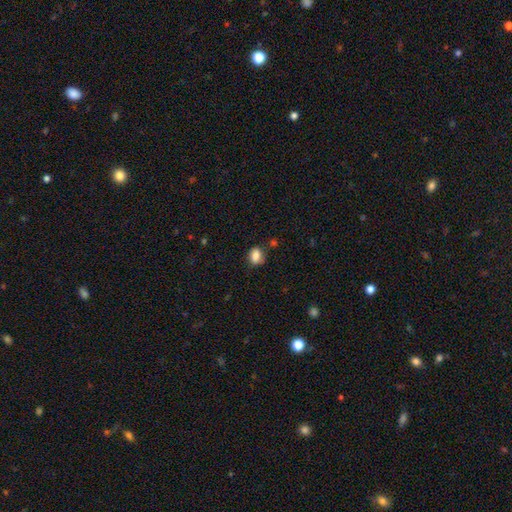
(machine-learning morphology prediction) smooth_or_featured: smooth (p=0.82) [alt: star or artifact p=0.09]
how_rounded: in between (p=0.66) [alt: round p=0.32]
merging: none (p=0.72) [alt: minor disturbance p=0.19]